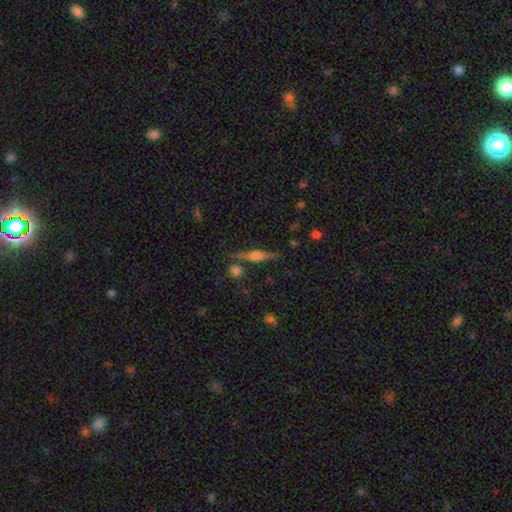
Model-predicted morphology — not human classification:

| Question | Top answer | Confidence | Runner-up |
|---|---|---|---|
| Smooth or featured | featured or disk | 68% | smooth (23%) |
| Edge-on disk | yes | 97% | no (3%) |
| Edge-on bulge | rounded | 79% | boxy (15%) |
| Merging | none | 82% | minor disturbance (10%) |